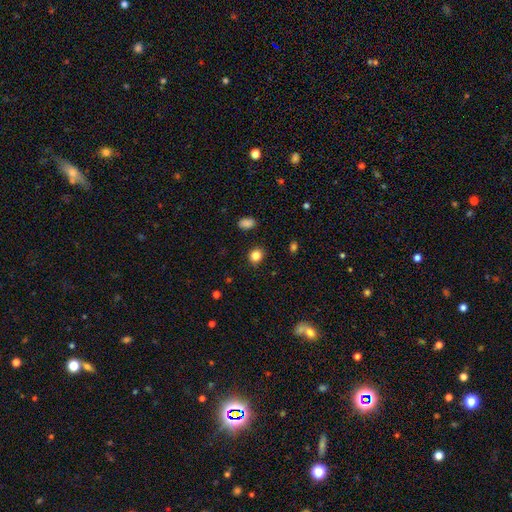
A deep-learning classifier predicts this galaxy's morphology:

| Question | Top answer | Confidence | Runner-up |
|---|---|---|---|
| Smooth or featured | smooth | 85% | star or artifact (11%) |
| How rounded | round | 76% | in between (23%) |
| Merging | none | 88% | minor disturbance (8%) |